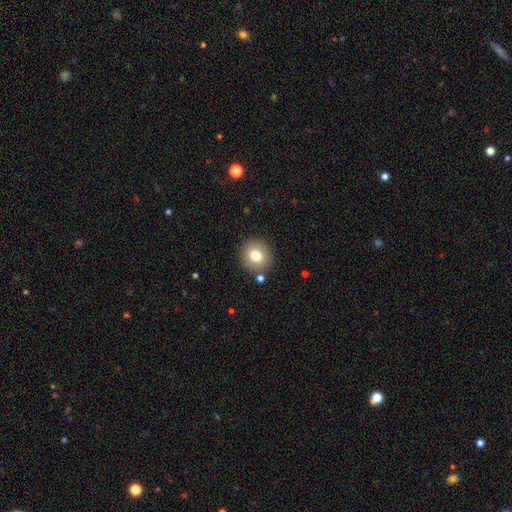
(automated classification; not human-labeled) Smooth or featured: smooth — 78% (featured or disk — 11%)
How rounded: round — 87% (in between — 12%)
Merging: none — 86% (minor disturbance — 8%)